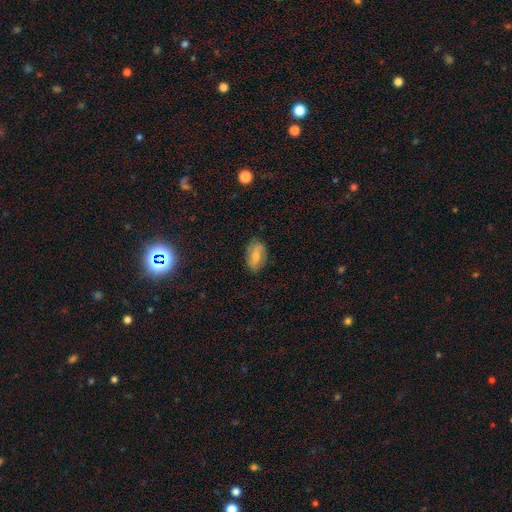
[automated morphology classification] Smooth or featured? Predicted: smooth (p=0.47). Merging? Predicted: none (p=0.77).